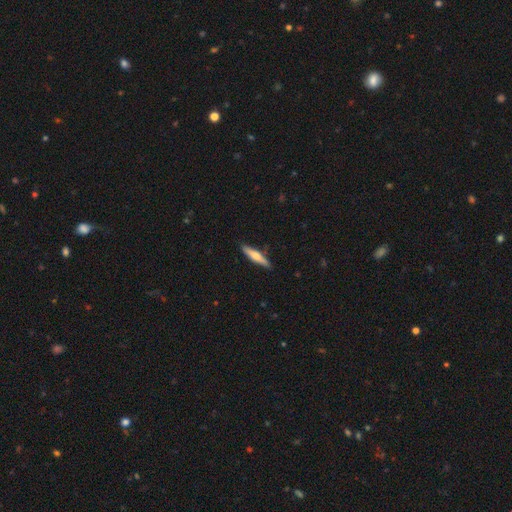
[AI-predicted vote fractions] Q: Smooth or featured?
A: smooth (51%); runner-up: featured or disk (44%)
Q: How rounded?
A: cigar-shaped (84%); runner-up: in between (15%)
Q: Merging?
A: none (87%); runner-up: minor disturbance (10%)